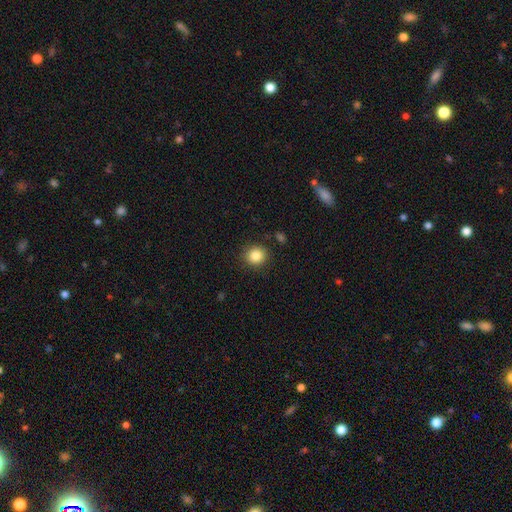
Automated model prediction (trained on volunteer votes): Overall: smooth (85%). How rounded: round (86%). Merging: none (88%).